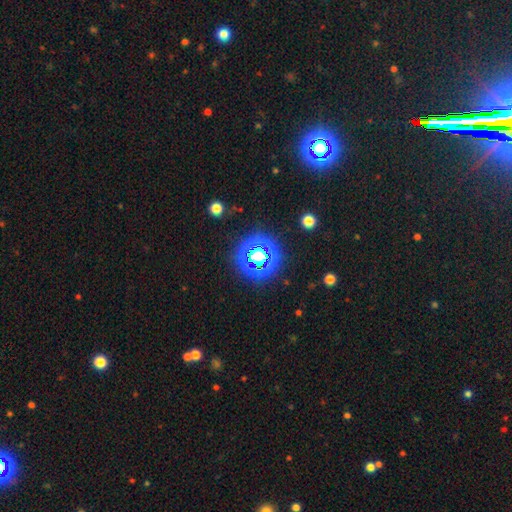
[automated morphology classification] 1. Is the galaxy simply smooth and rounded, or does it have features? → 77% star or artifact, 16% smooth, 6% featured or disk.